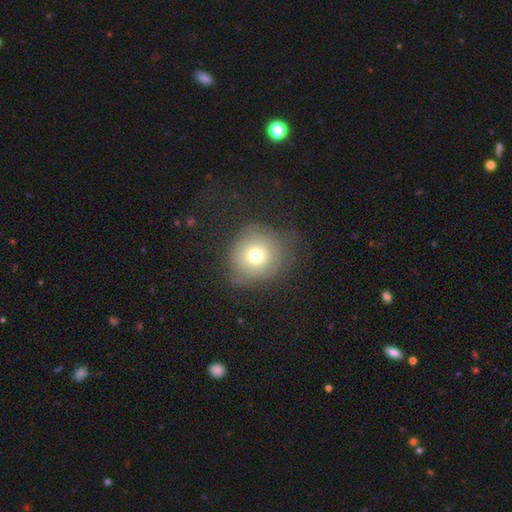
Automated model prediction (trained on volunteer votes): This is likely a smooth galaxy (68%). How rounded: clearly round (86%). Merging: likely none (62%).